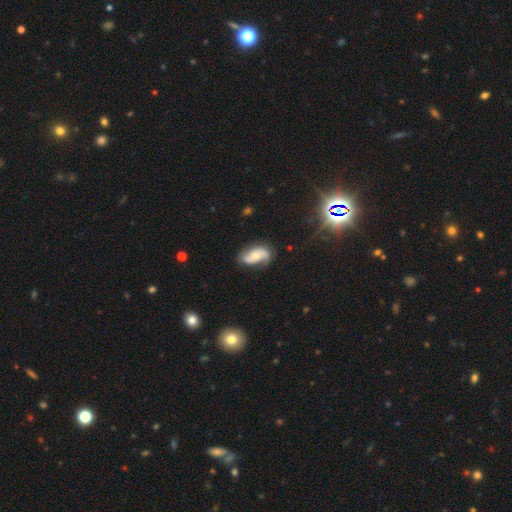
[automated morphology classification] A featured or disk galaxy (70%) with no bar (65%), 2 (83%) loose (43%) spiral arms (89%) and a moderate central bulge (66%).

Vote fractions:
- Smooth or featured? featured or disk: 70% / smooth: 22% / star or artifact: 7%
- Edge-on disk? no: 95% / yes: 5%
- Bar? no: 65% / weak: 26% / strong: 9%
- Spiral arms? yes: 89% / no: 11%
- Spiral winding? loose: 43% / medium: 37% / tight: 20%
- Spiral arm count? 2: 83% / can't tell: 8% / 1: 5% / 3: 2% / 4: 1% / more than 4: 1%
- Bulge size? moderate: 66% / small: 27% / large: 5% / none: 1% / dominant: 1%
- Merging? none: 72% / minor disturbance: 20% / major disturbance: 7% / merger: 2%